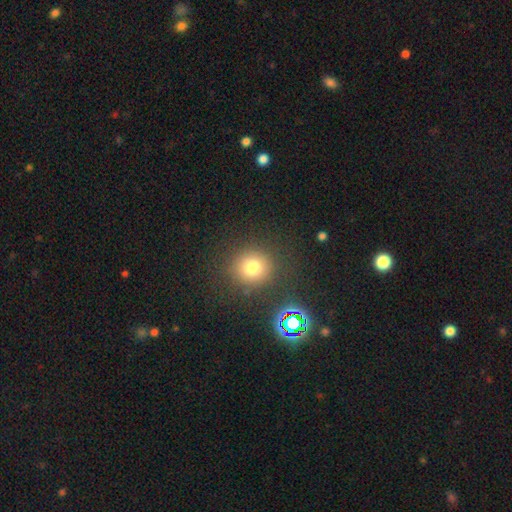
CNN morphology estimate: Smooth or featured? Predicted: smooth (p=0.61). How rounded? Predicted: round (p=0.90). Merging? Predicted: none (p=0.87).